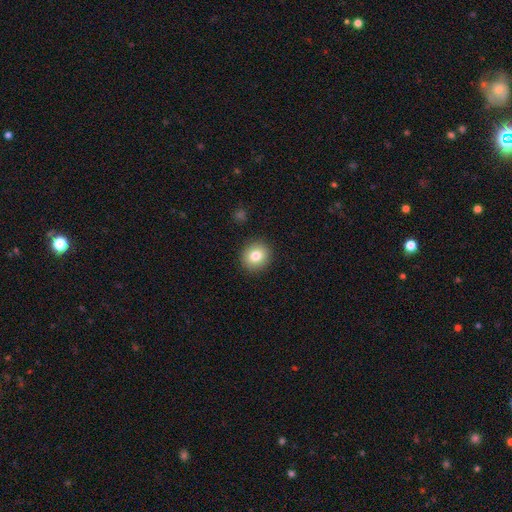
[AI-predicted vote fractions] smooth-or-featured: smooth: 81% | star or artifact: 10% | featured or disk: 9%
  how-rounded: round: 84% | in between: 15% | cigar-shaped: 1%
  merging: none: 90% | minor disturbance: 6% | major disturbance: 2% | merger: 1%